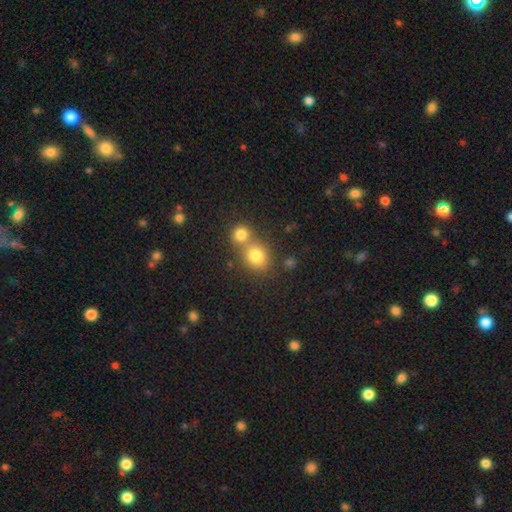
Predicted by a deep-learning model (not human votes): This appears to be a smooth galaxy with no disk features (79%) that is round (75%). Merging: none (45%, tied with merger).